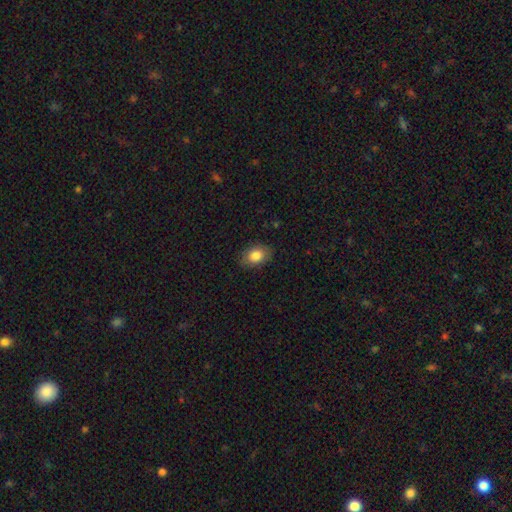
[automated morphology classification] This appears to be a smooth galaxy with no disk features (84%) that is in between round and cigar-shaped (79%). Merging: none (85%).